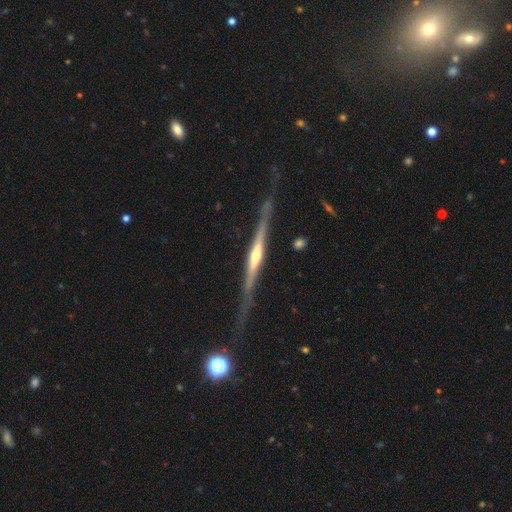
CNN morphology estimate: A featured or disk galaxy (82%) viewed edge-on (97%) with a rounded central bulge (75%). Merging: none (74%).